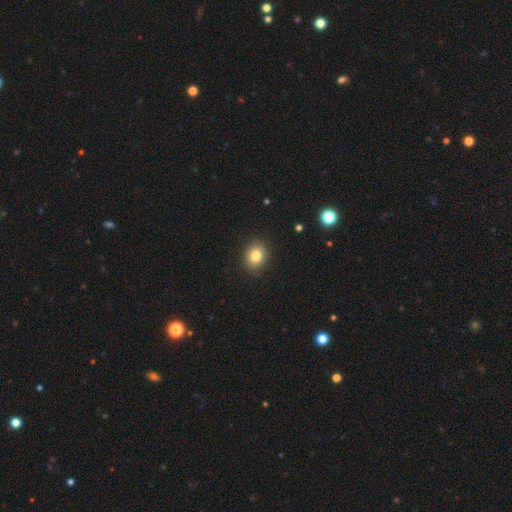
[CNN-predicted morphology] Overall: smooth (82%). How rounded: round (56%; in between 43%). Merging: none (90%).